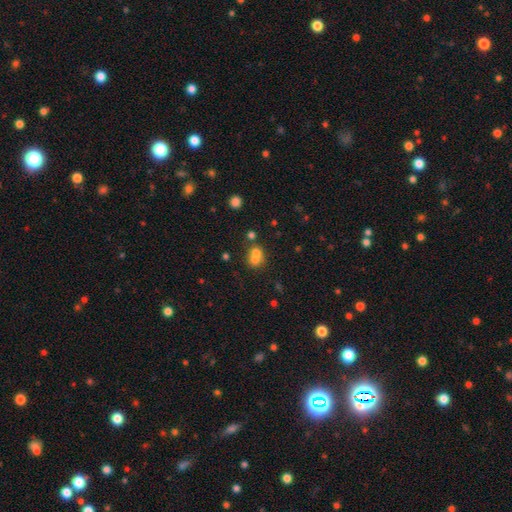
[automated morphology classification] Smooth or featured? smooth (69%)
How rounded? round (61%)
Merging? merger (61%)